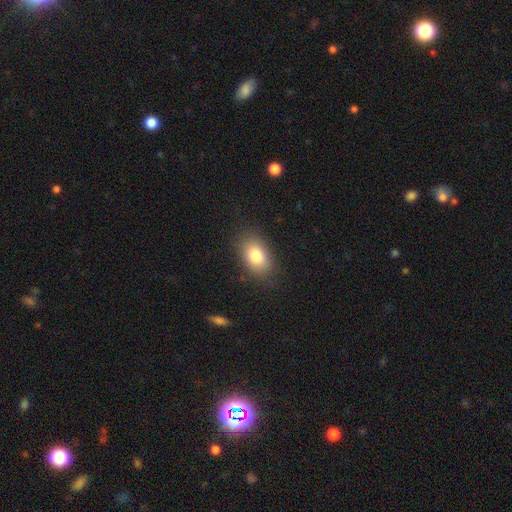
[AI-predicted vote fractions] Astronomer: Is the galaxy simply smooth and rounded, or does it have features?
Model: smooth — 81%.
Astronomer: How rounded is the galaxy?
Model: in between — 85%.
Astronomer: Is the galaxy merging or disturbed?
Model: none — 83%.